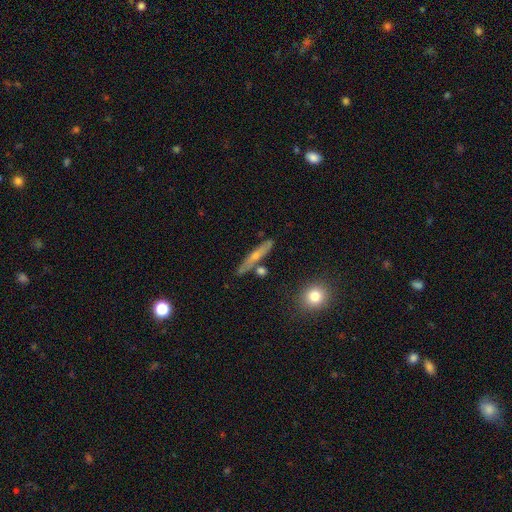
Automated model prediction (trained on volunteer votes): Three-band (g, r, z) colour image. It shows a featured or disk galaxy (54%) viewed edge-on (88%). Merging: none (80%).